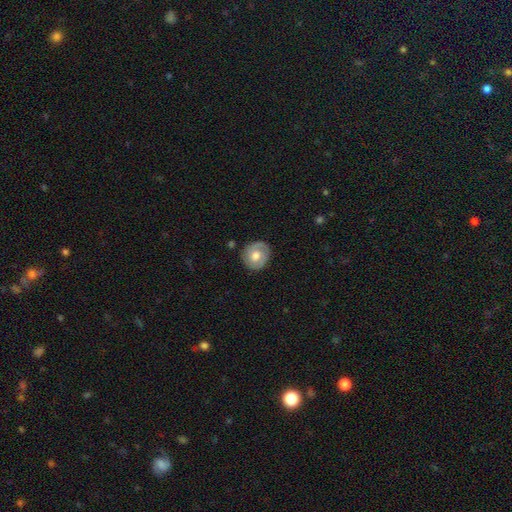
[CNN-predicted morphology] A featured or disk galaxy (48%). Merging: none (80%).